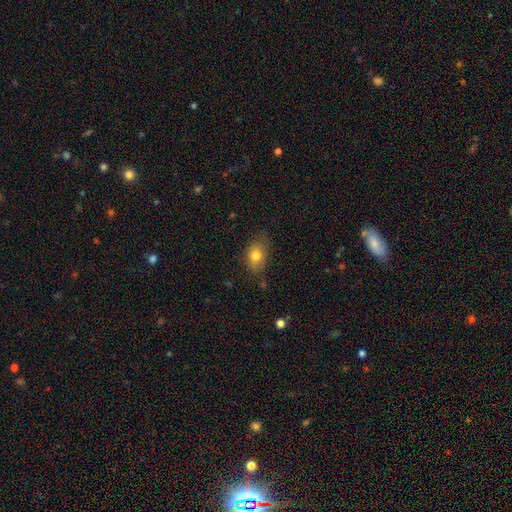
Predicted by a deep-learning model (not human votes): Smooth or featured?
  - smooth: 79% *
  - featured or disk: 11%
  - star or artifact: 10%
How rounded?
  - in between: 71% *
  - round: 28%
  - cigar-shaped: 2%
Merging?
  - none: 72% *
  - minor disturbance: 21%
  - major disturbance: 5%
  - merger: 2%